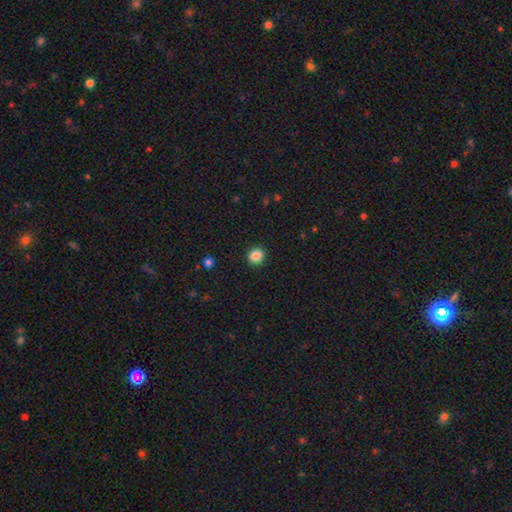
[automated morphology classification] This appears to be a smooth galaxy with no disk features (86%) that is round (85%). Merging: none (92%).